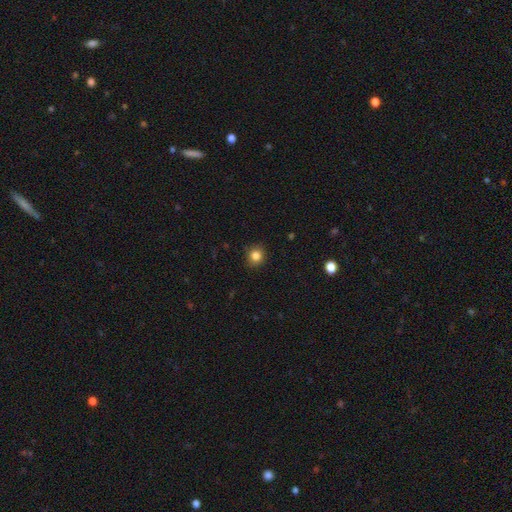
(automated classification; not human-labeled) This is clearly a smooth galaxy (84%). How rounded: clearly round (84%). Merging: clearly none (87%).